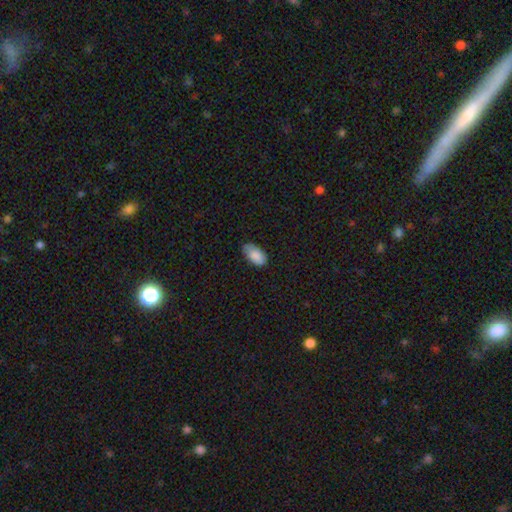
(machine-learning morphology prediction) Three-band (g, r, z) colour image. It shows a smooth galaxy with no disk features (87%) that is in between round and cigar-shaped (95%). Merging: none (67%).